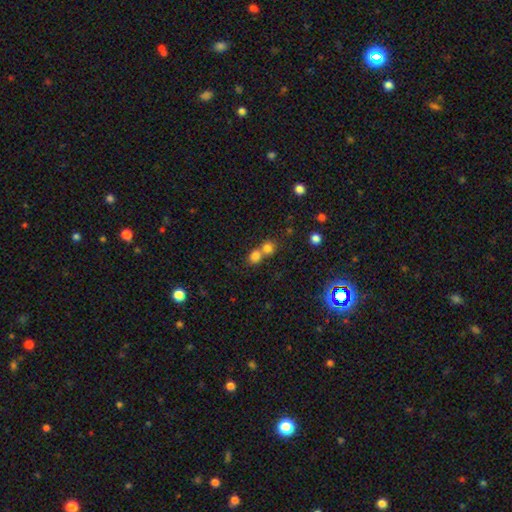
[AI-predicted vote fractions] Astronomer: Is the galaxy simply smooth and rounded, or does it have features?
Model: smooth — 79%.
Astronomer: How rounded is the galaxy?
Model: round — 75%.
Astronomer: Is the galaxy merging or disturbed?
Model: merger — 54% (runner-up: none, 38%).